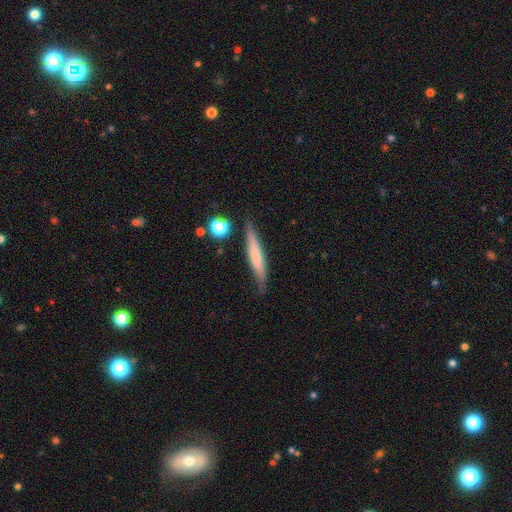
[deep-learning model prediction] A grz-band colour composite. It shows a smooth galaxy with no disk features (56%) that is cigar-shaped (92%). Merging: none (79%).